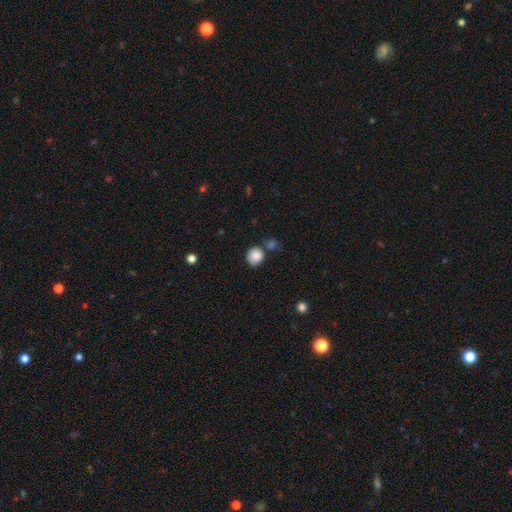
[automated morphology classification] smooth 87%, star or artifact 9%, featured or disk 5%. Down the decision tree: how rounded — round (81%); merging — none (62%).